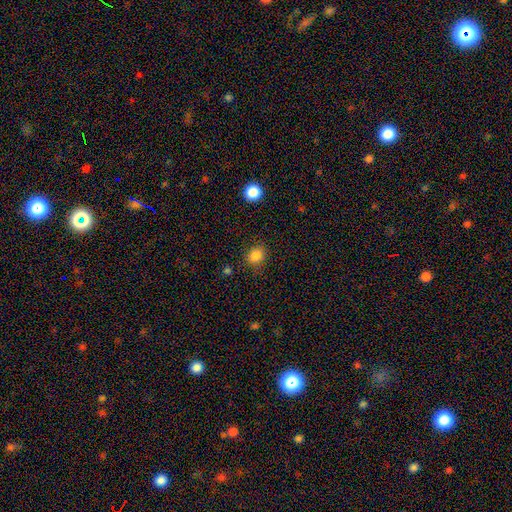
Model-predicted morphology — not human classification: smooth_or_featured: smooth (p=0.84) [alt: star or artifact p=0.12]
how_rounded: round (p=0.64) [alt: in between p=0.35]
merging: none (p=0.83) [alt: minor disturbance p=0.12]